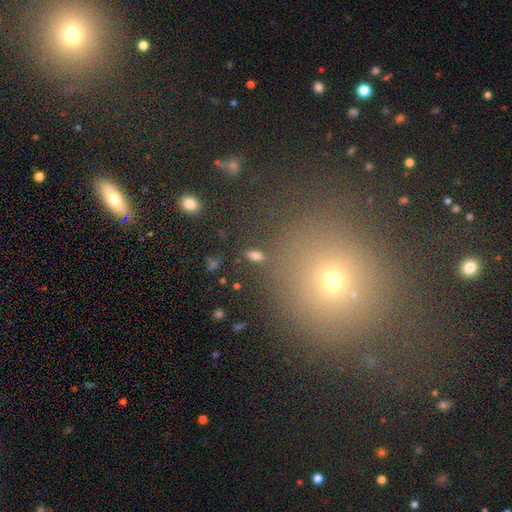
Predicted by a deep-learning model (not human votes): Smooth or featured? Predicted: smooth (p=0.72). How rounded? Predicted: in between (p=0.82). Merging? Predicted: none (p=0.84).